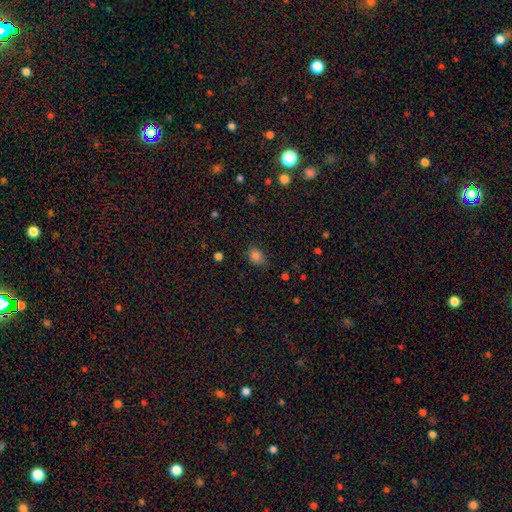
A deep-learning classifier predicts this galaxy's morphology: Smooth or featured: smooth — 82% (star or artifact — 12%)
How rounded: in between — 66% (round — 33%)
Merging: none — 70% (minor disturbance — 24%)